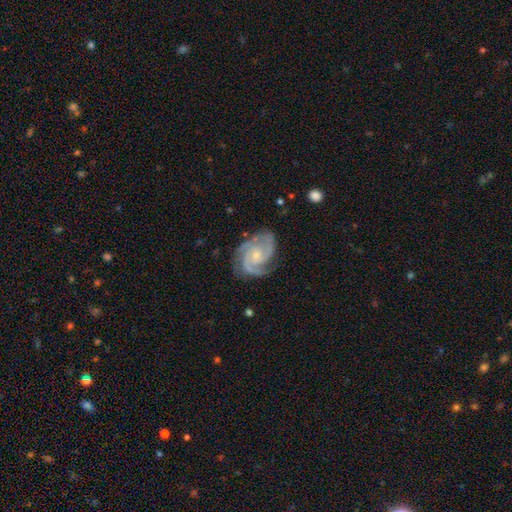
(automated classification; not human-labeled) Overall: featured or disk (92%). Edge-on disk: no (98%). Bar: no (69%). Spiral arms: yes (98%). Spiral arm count: 3 (54%; 2 27%). Spiral winding: tight (49%; medium 44%). Bulge size: small (70%). Merging: none (74%).